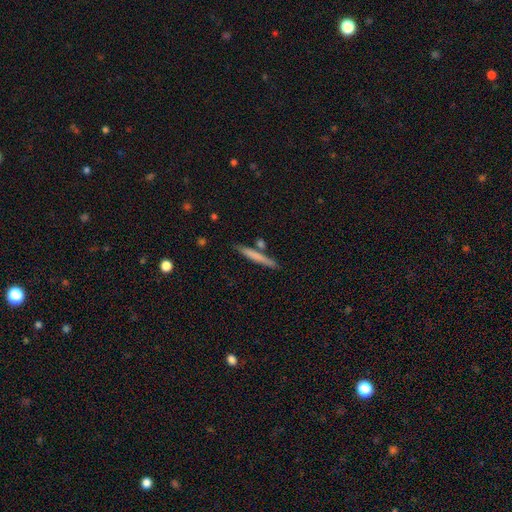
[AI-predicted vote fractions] Overall: smooth (66%; featured or disk 28%). How rounded: cigar-shaped (95%). Merging: none (81%).